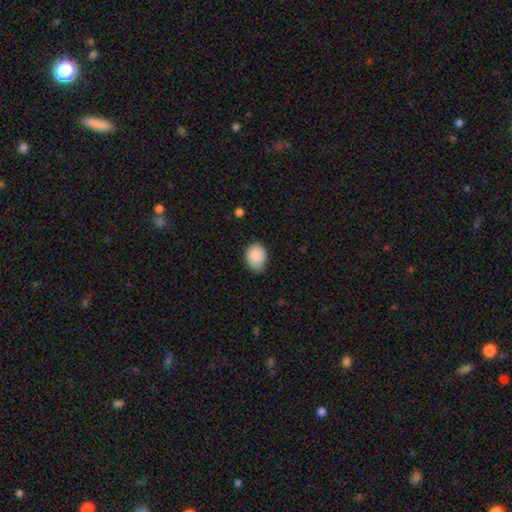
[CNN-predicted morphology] smooth 89%, star or artifact 7%, featured or disk 4%. Down the decision tree: how rounded — in between (51%); merging — none (68%).